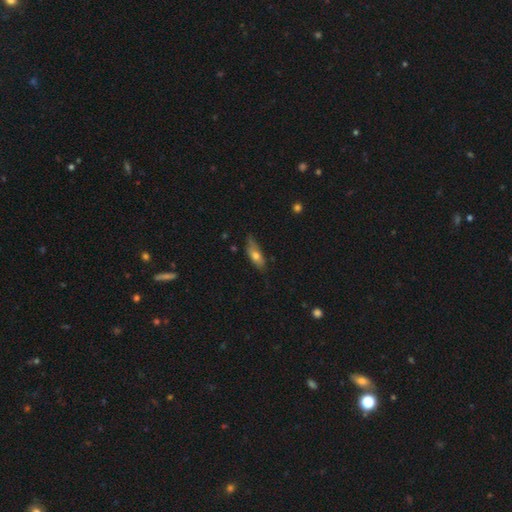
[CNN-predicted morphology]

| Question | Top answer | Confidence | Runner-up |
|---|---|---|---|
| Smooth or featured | smooth | 65% | featured or disk (28%) |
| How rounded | in between | 63% | cigar-shaped (34%) |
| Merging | none | 61% | minor disturbance (31%) |